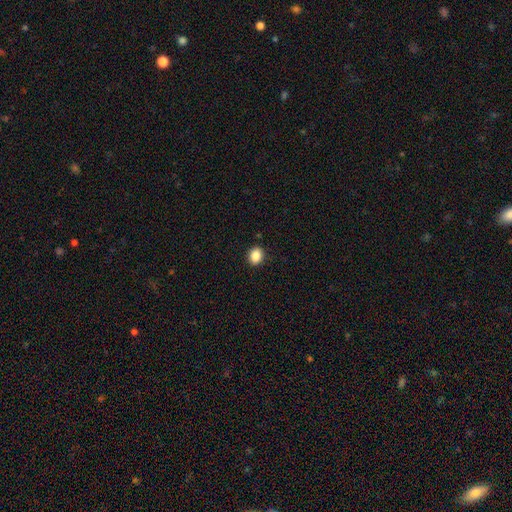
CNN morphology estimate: smooth_or_featured: smooth (p=0.87) [alt: star or artifact p=0.09]
how_rounded: in between (p=0.50) [alt: round p=0.49]
merging: none (p=0.90) [alt: minor disturbance p=0.07]